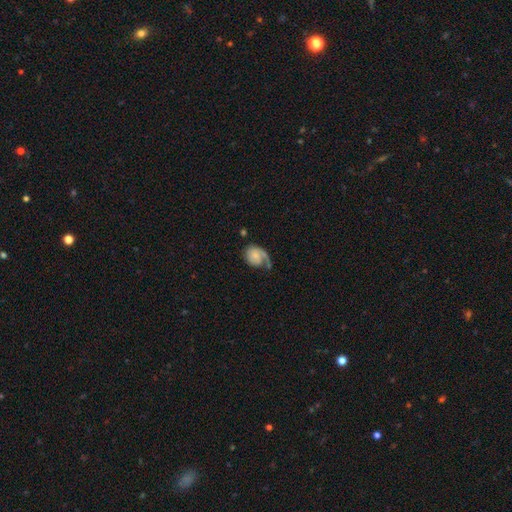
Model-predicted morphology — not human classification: Q: Smooth or featured?
A: featured or disk (56%); runner-up: smooth (36%)
Q: Edge-on disk?
A: no (97%); runner-up: yes (3%)
Q: Bar?
A: no (67%); runner-up: weak (27%)
Q: Spiral arms?
A: yes (88%); runner-up: no (12%)
Q: Bulge size?
A: small (43%); runner-up: none (30%)
Q: Merging?
A: none (41%); runner-up: major disturbance (30%)